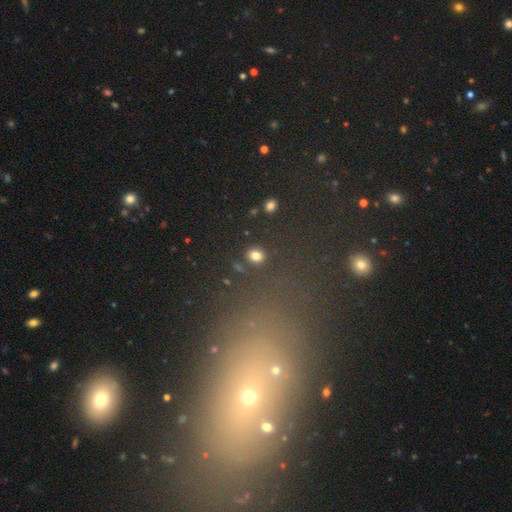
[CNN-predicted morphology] smooth_or_featured: smooth (p=0.81) [alt: star or artifact p=0.13]
how_rounded: round (p=0.59) [alt: in between p=0.40]
merging: none (p=0.85) [alt: minor disturbance p=0.08]